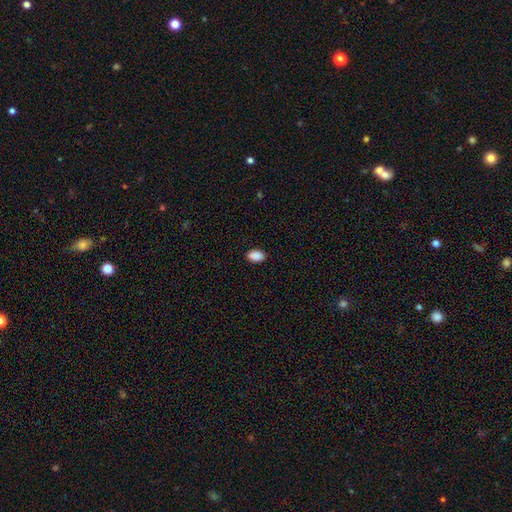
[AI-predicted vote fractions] smooth 90%, star or artifact 7%, featured or disk 2%. Down the decision tree: how rounded — in between (92%); merging — none (89%).